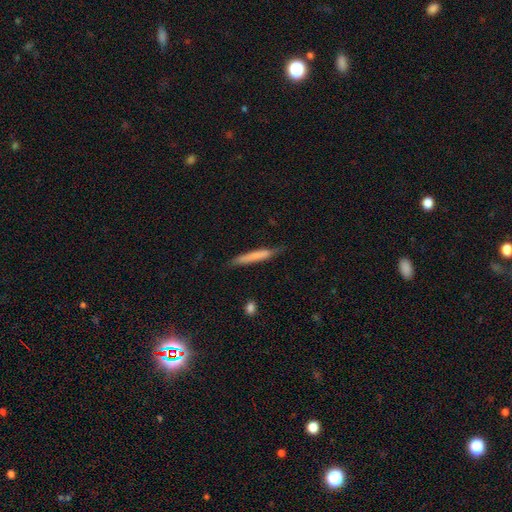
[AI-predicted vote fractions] smooth-or-featured: smooth: 69% | featured or disk: 26% | star or artifact: 6%
  how-rounded: cigar-shaped: 95% | in between: 4% | round: 1%
  merging: none: 77% | minor disturbance: 18% | major disturbance: 3% | merger: 2%